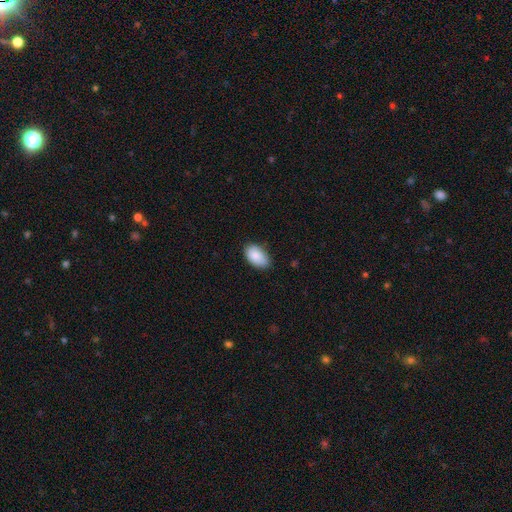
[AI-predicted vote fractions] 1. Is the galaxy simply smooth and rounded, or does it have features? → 87% smooth, 7% star or artifact, 6% featured or disk.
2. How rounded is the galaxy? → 93% in between, 6% round, 1% cigar-shaped.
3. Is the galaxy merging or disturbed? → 75% none, 21% minor disturbance, 3% major disturbance, 1% merger.